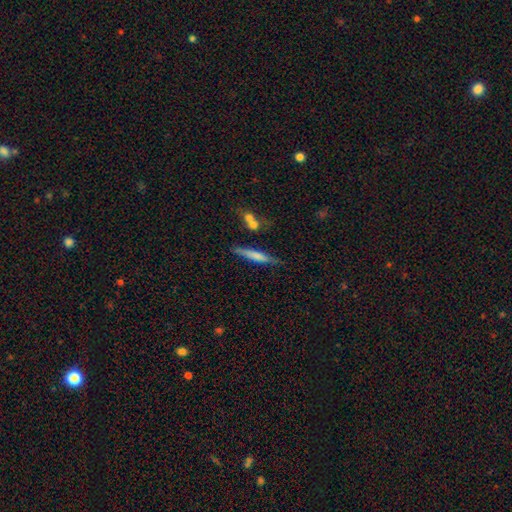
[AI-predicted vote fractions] smooth_or_featured: smooth (p=0.59) [alt: featured or disk p=0.34]
how_rounded: cigar-shaped (p=0.90) [alt: in between p=0.09]
merging: none (p=0.68) [alt: minor disturbance p=0.17]